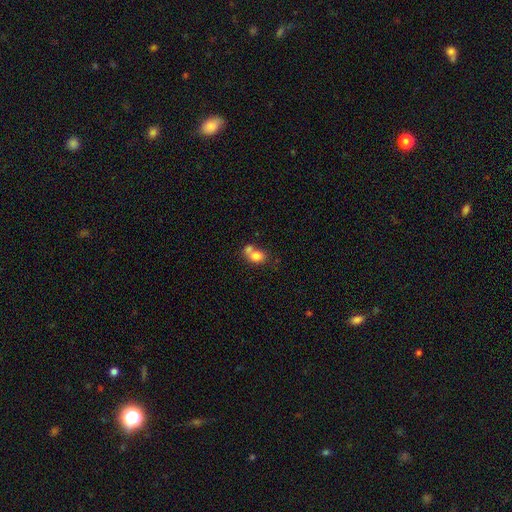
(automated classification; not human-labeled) Q: Smooth or featured?
A: smooth (76%); runner-up: featured or disk (15%)
Q: How rounded?
A: in between (58%); runner-up: round (41%)
Q: Merging?
A: merger (56%); runner-up: none (30%)